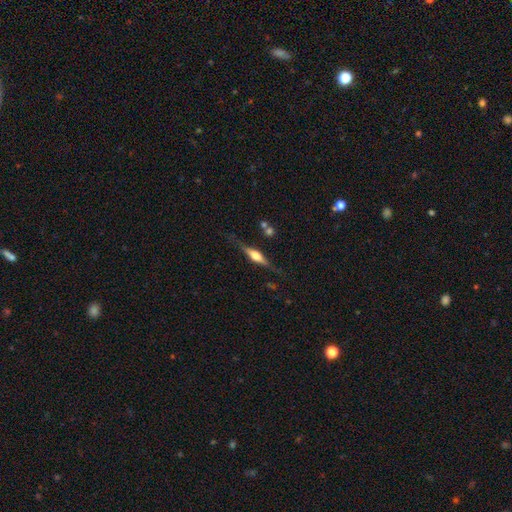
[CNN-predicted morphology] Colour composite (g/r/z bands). It shows a featured or disk galaxy (72%) viewed edge-on (96%) with a rounded central bulge (90%). Merging: none (79%).